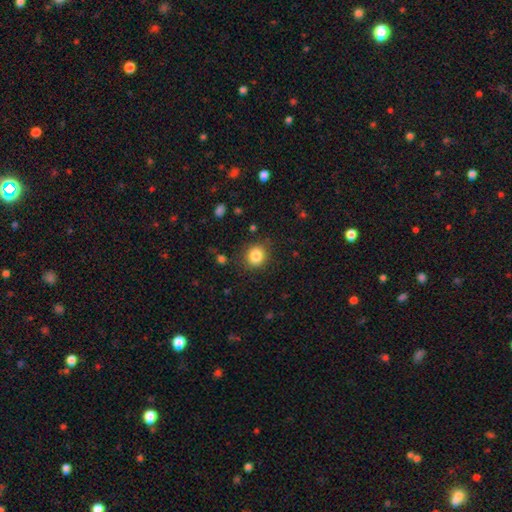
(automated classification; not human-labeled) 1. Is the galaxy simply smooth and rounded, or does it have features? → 85% smooth, 10% star or artifact, 5% featured or disk.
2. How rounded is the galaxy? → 82% round, 17% in between, 1% cigar-shaped.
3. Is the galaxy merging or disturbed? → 86% none, 9% minor disturbance, 3% major disturbance, 2% merger.